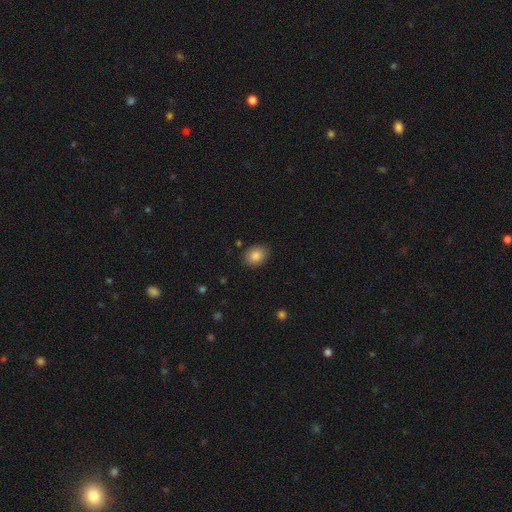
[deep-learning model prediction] Overall: smooth (86%). How rounded: in between (67%; round 32%). Merging: none (85%).